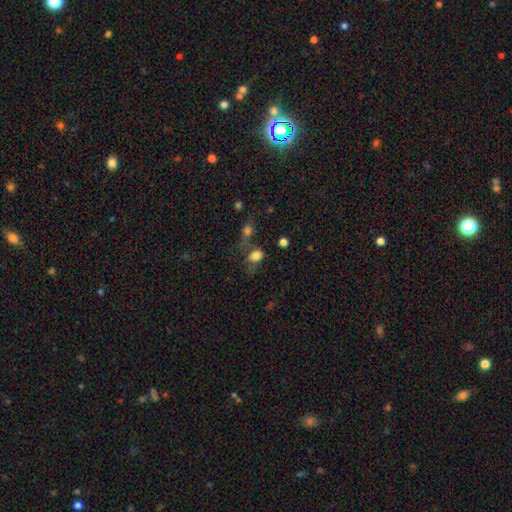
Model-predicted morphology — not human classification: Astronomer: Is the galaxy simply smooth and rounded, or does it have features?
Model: smooth — 78%.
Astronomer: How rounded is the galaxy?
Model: in between — 74%.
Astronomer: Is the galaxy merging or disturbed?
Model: none — 41% (runner-up: minor disturbance, 21%).